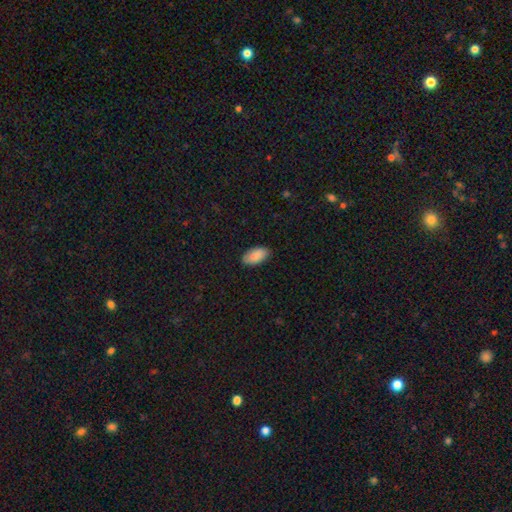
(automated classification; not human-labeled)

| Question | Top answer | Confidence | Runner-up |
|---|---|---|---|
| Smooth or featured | smooth | 88% | star or artifact (6%) |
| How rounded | in between | 95% | cigar-shaped (3%) |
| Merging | none | 87% | minor disturbance (10%) |